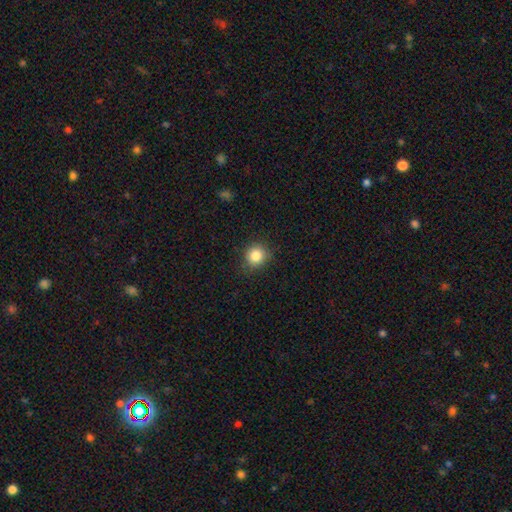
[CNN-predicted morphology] Smooth or featured? Predicted: smooth (p=0.85). How rounded? Predicted: round (p=0.87). Merging? Predicted: none (p=0.85).